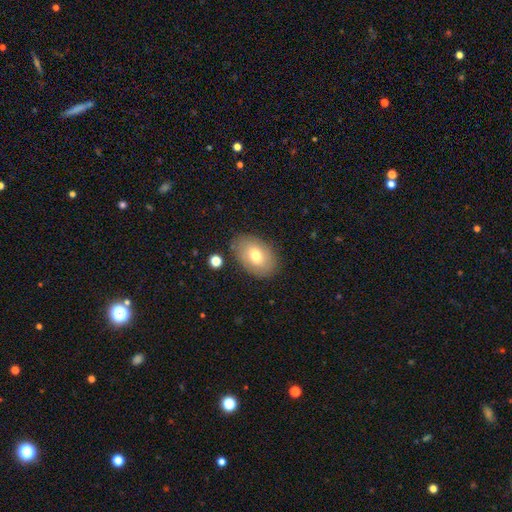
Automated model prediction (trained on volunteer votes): The model was most divided on "smooth or featured": smooth: 74%, featured or disk: 19%, star or artifact: 8%. More confident: how rounded — in between (87%); merging — none (82%).